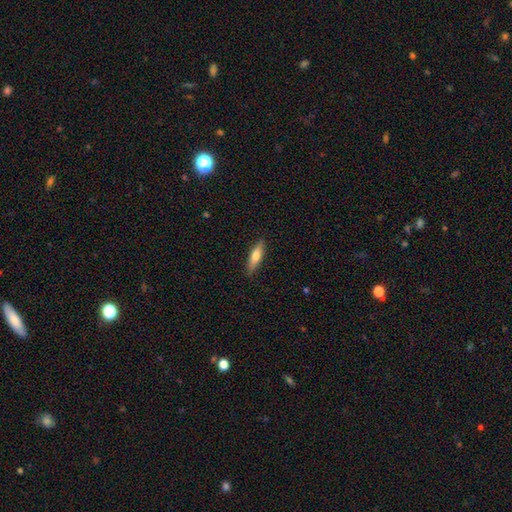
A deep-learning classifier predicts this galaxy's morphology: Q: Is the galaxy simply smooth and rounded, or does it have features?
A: smooth — 61%.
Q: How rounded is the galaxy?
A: cigar-shaped — 68%.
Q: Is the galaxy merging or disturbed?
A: none — 89%.